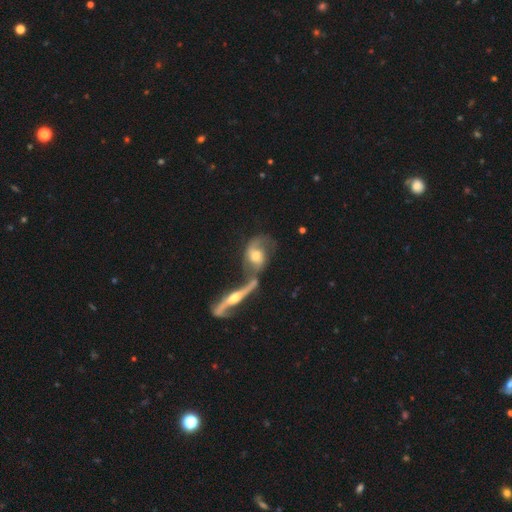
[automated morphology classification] Overall: featured or disk (77%). Edge-on disk: no (85%). Bar: no (44%; weak 39%). Spiral arms: yes (88%). Spiral arm count: 2 (84%). Spiral winding: loose (59%; medium 30%). Bulge size: moderate (66%). Merging: merger (58%; none 23%).